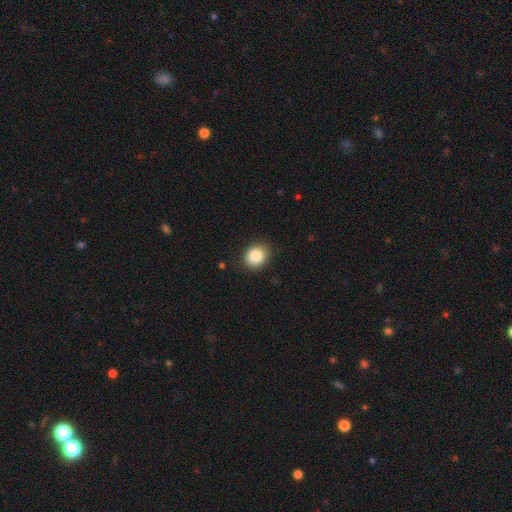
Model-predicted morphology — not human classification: Smooth or featured? Predicted: smooth (p=0.87). How rounded? Predicted: round (p=0.65). Merging? Predicted: none (p=0.87).